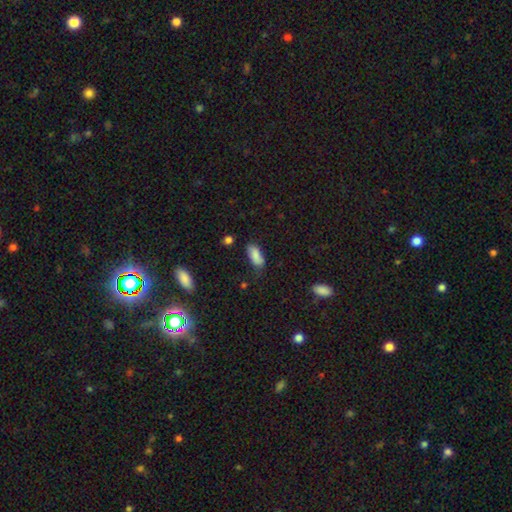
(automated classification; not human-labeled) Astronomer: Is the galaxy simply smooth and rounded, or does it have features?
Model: smooth — 84%.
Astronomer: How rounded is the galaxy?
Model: in between — 84%.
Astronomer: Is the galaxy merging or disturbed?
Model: none — 65%.